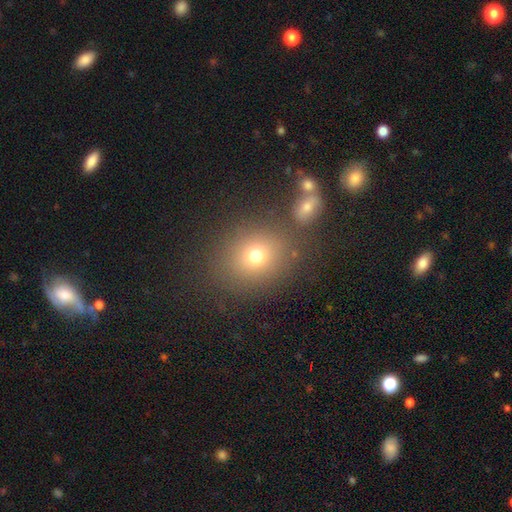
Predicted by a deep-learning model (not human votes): smooth-or-featured: smooth: 71% | star or artifact: 17% | featured or disk: 12%
  how-rounded: round: 70% | in between: 29% | cigar-shaped: 1%
  merging: none: 76% | minor disturbance: 11% | merger: 9% | major disturbance: 5%